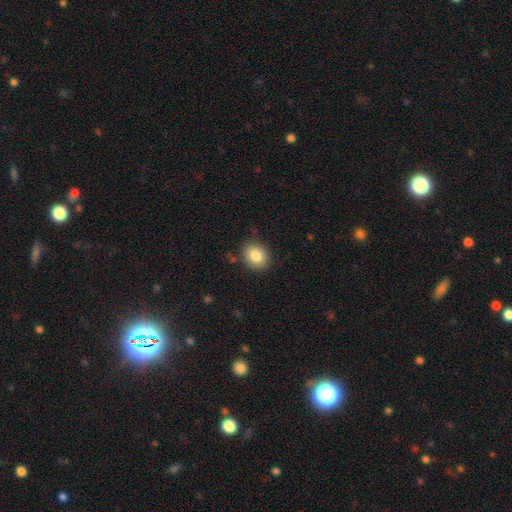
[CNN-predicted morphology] This appears to be a smooth galaxy with no disk features (85%) that is round (54%). Merging: none (85%).